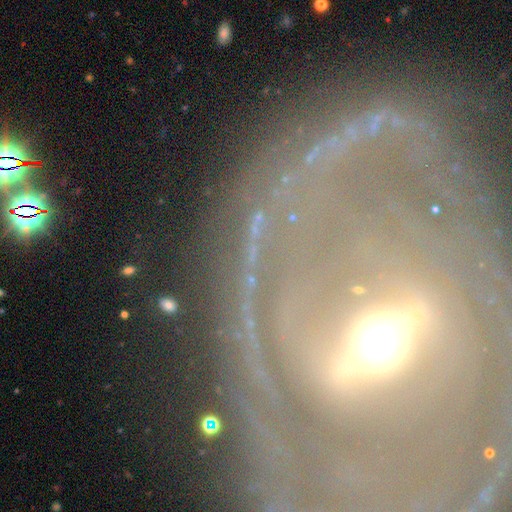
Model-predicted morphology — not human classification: This appears to be a featured or disk galaxy (72%) with a strong bar (54%), spiral arms (64%) and a moderate central bulge (60%). Merging: none (74%).